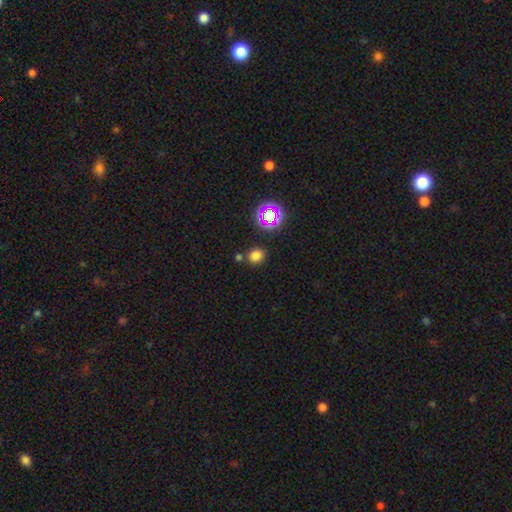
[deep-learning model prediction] Smooth or featured: smooth — 72% (star or artifact — 21%)
How rounded: round — 78% (in between — 21%)
Merging: none — 78% (merger — 9%)